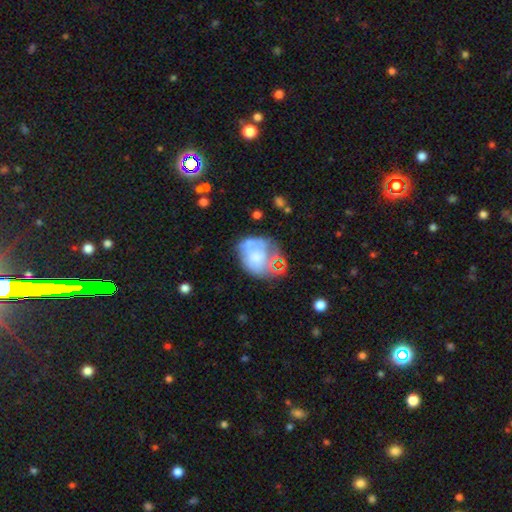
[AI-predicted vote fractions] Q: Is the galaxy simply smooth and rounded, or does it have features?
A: smooth — 45%.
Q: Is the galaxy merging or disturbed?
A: none — 35%.